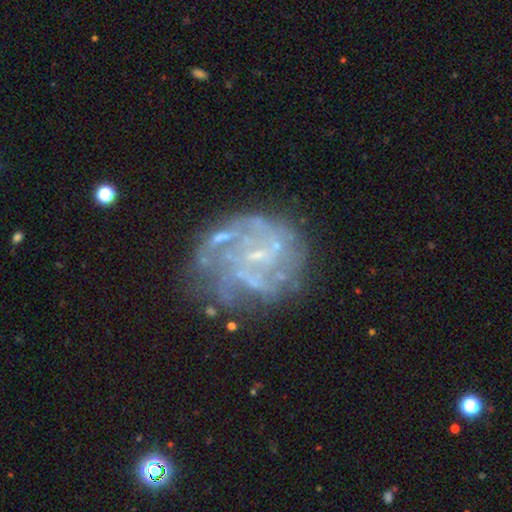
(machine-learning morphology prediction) Smooth or featured: featured or disk — 78% (smooth — 12%)
Edge-on disk: no — 98% (yes — 2%)
Bar: no — 55% (weak — 36%)
Spiral arms: yes — 65% (no — 35%)
Bulge size: small — 57% (none — 31%)
Merging: none — 59% (minor disturbance — 19%)